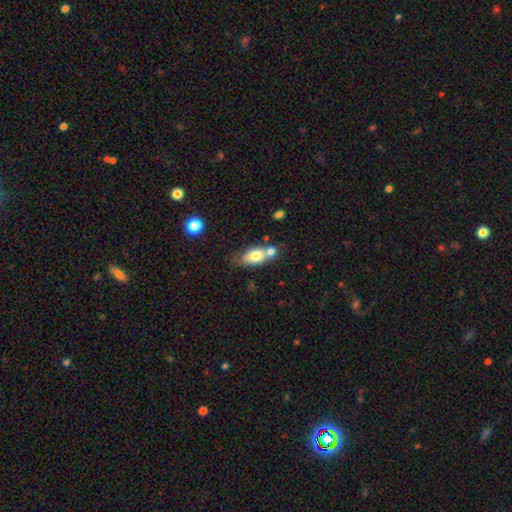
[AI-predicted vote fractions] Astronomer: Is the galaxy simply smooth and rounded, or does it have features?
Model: smooth — 72%.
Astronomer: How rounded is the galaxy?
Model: in between — 80%.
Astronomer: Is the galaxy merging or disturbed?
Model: none — 43% (runner-up: merger, 38%).